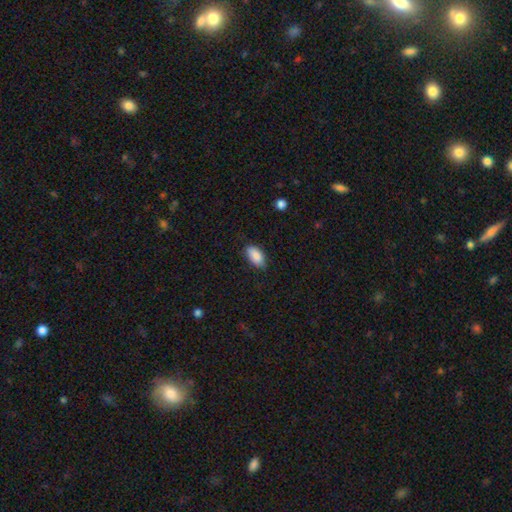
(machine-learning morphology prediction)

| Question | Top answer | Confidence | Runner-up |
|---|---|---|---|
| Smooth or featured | smooth | 88% | star or artifact (7%) |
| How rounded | in between | 93% | cigar-shaped (4%) |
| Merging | none | 79% | minor disturbance (17%) |